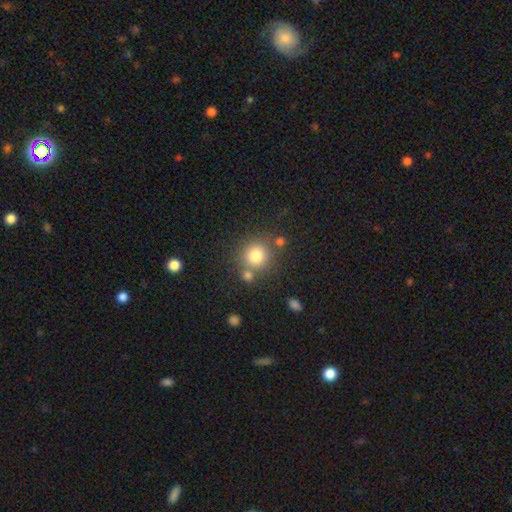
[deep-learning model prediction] The model was most divided on "merging": none: 71%, merger: 15%, minor disturbance: 10%, major disturbance: 4%. More confident: how rounded — round (90%); smooth or featured — smooth (79%).